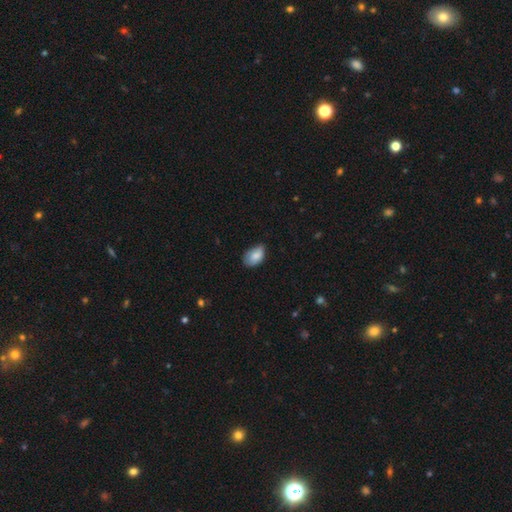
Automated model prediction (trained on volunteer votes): smooth 83%, featured or disk 10%, star or artifact 7%. Down the decision tree: how rounded — in between (90%); merging — none (56%).